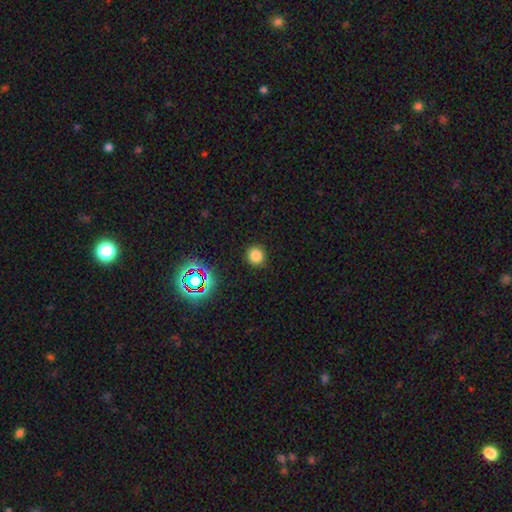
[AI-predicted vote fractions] The model was most divided on "smooth or featured": smooth: 78%, star or artifact: 17%, featured or disk: 5%. More confident: how rounded — round (90%); merging — none (90%).